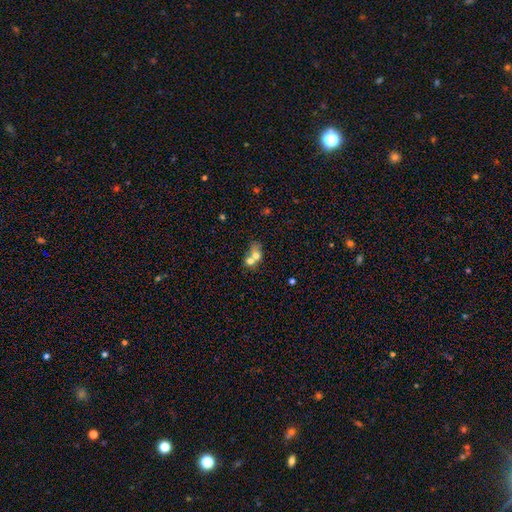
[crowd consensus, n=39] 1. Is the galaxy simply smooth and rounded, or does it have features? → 82% smooth, 10% featured or disk, 8% star or artifact.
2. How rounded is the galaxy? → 53% in between, 47% round, 0% cigar-shaped.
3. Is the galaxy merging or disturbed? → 81% merger, 8% none, 8% minor disturbance, 3% major disturbance.